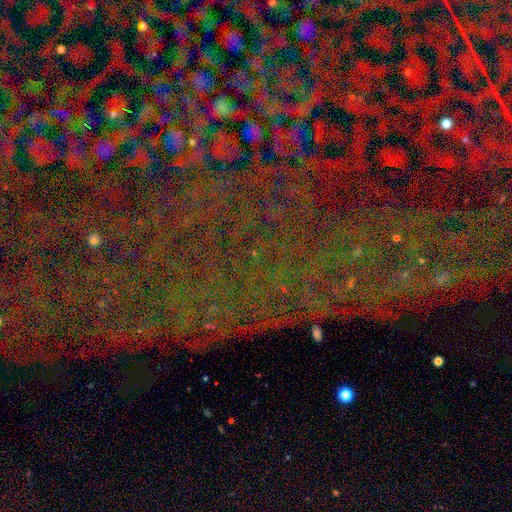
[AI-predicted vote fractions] Smooth or featured: star or artifact — 82% (smooth — 10%)